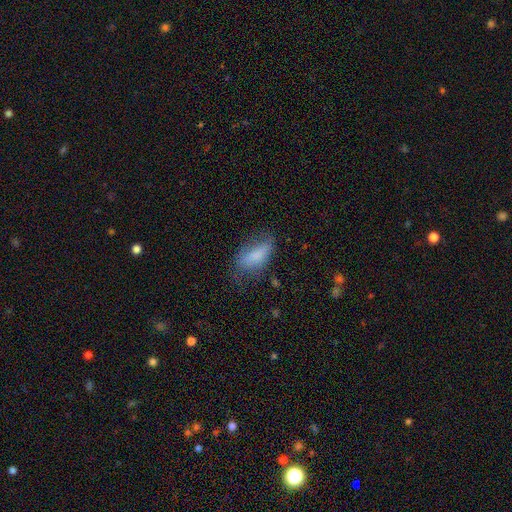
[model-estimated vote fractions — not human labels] Q: Smooth or featured?
A: smooth (74%); runner-up: featured or disk (17%)
Q: How rounded?
A: in between (81%); runner-up: cigar-shaped (15%)
Q: Merging?
A: none (44%); runner-up: minor disturbance (32%)